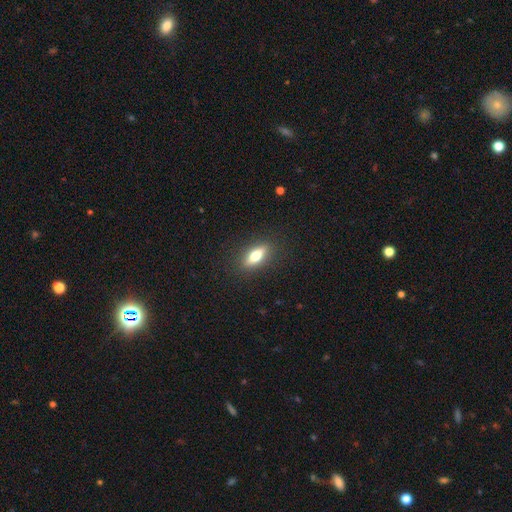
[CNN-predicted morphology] smooth 66%, featured or disk 26%, star or artifact 8%. Down the decision tree: how rounded — in between (60%); merging — none (88%).